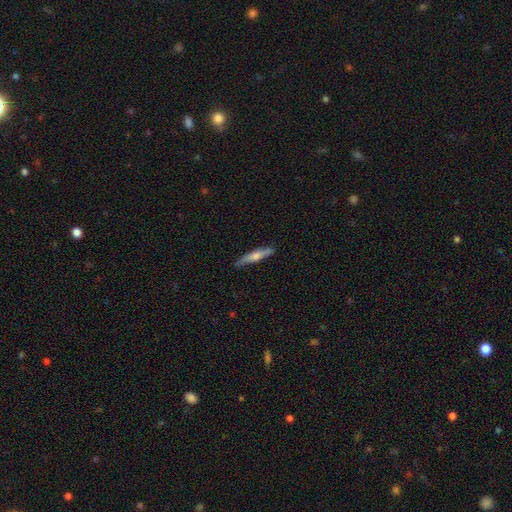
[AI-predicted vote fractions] featured or disk 54%, smooth 39%, star or artifact 6%. Down the decision tree: edge-on disk — yes (94%); edge-on bulge — rounded (80%); merging — none (87%).